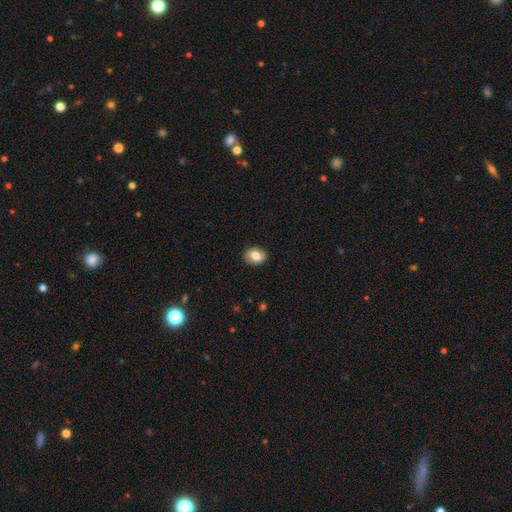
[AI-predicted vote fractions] Smooth or featured?
  - smooth: 78% *
  - featured or disk: 14%
  - star or artifact: 8%
How rounded?
  - in between: 62% *
  - round: 37%
  - cigar-shaped: 1%
Merging?
  - none: 87% *
  - minor disturbance: 9%
  - major disturbance: 2%
  - merger: 1%